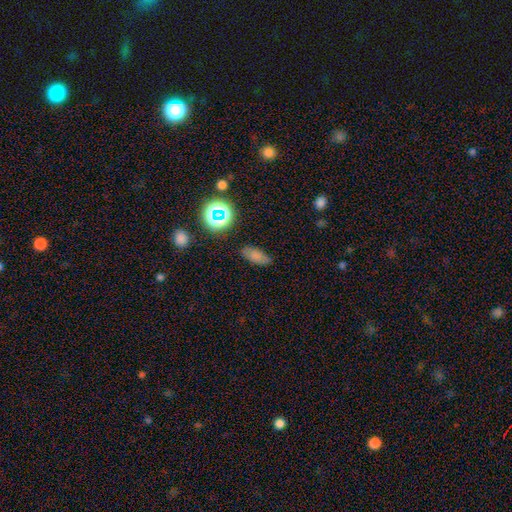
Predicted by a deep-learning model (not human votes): Overall: smooth (72%). How rounded: in between (83%). Merging: none (78%).